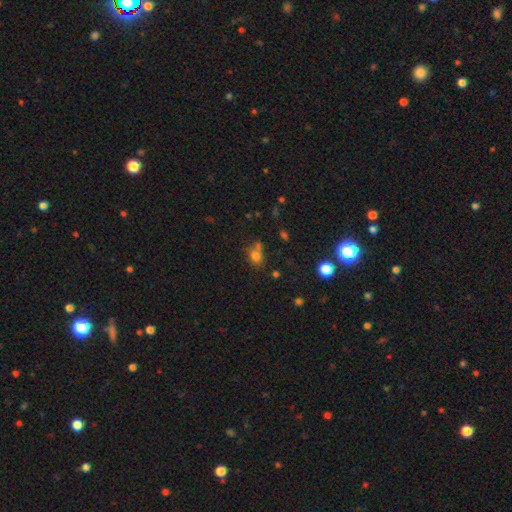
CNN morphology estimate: type=smooth (74%); roundness=round (53%); merging=none (55%).